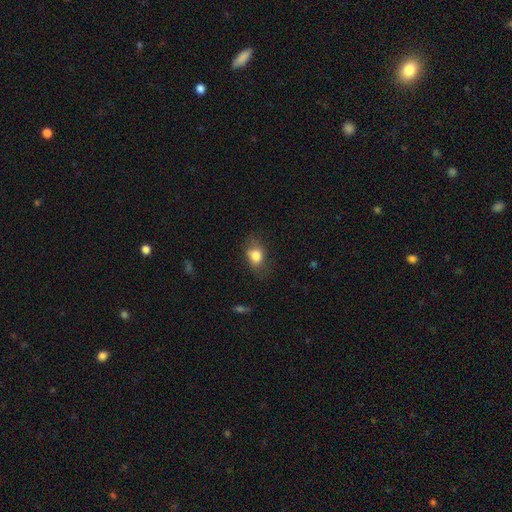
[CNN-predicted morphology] A smooth galaxy with no disk features (80%) that is in between round and cigar-shaped (70%).

Vote fractions:
- Smooth or featured? smooth: 80% / featured or disk: 11% / star or artifact: 9%
- How rounded? in between: 70% / round: 29% / cigar-shaped: 2%
- Merging? none: 65% / minor disturbance: 24% / major disturbance: 10% / merger: 2%